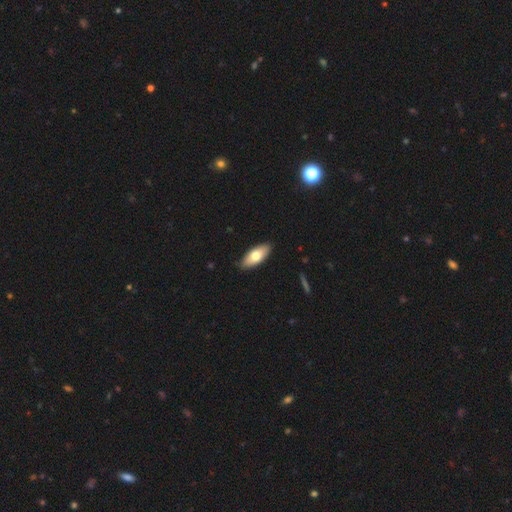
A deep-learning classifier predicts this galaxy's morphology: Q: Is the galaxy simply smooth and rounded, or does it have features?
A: smooth — 71%.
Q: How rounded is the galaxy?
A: in between — 85%.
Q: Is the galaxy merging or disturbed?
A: none — 87%.